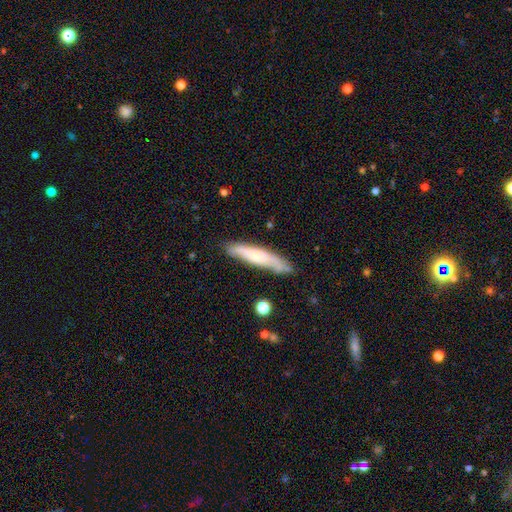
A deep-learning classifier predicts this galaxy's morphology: A smooth galaxy with no disk features (53%) that is cigar-shaped (87%).

Vote fractions:
- Smooth or featured? smooth: 53% / featured or disk: 41% / star or artifact: 6%
- How rounded? cigar-shaped: 87% / in between: 11% / round: 1%
- Merging? none: 75% / minor disturbance: 19% / major disturbance: 3% / merger: 3%